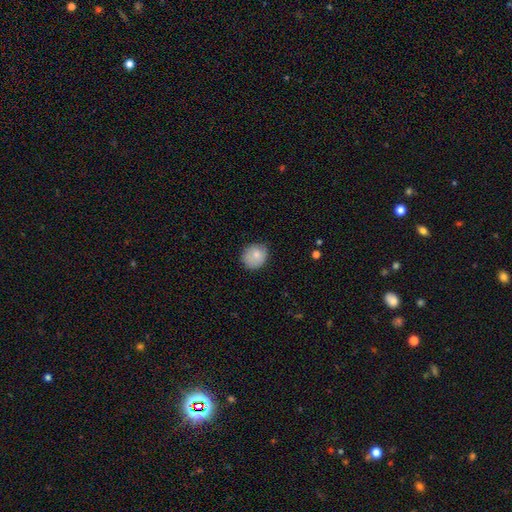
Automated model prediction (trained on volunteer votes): This is clearly a smooth galaxy (80%). How rounded: likely round (71%). Merging: likely none (78%).